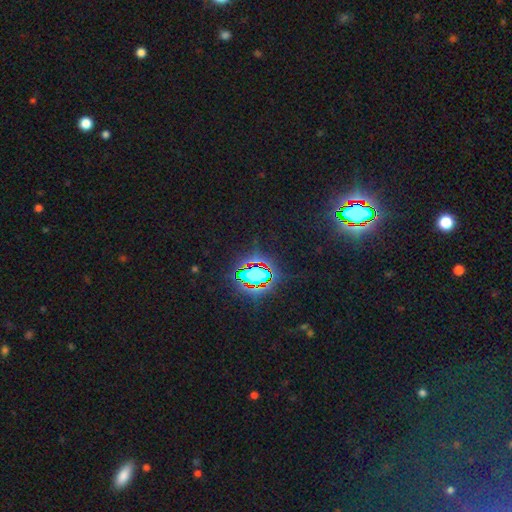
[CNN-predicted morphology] This is clearly a star or artifact rather than a galaxy (83%).